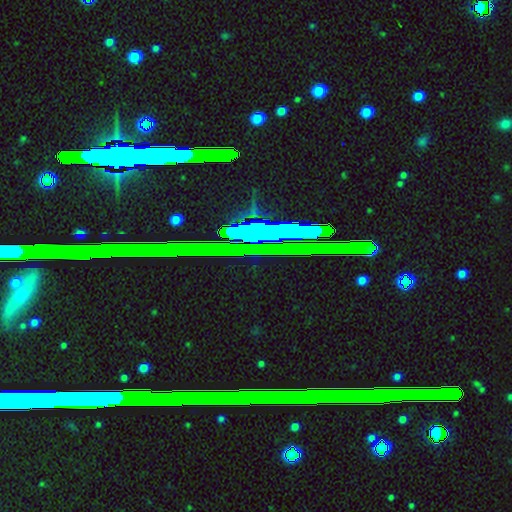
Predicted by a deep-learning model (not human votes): Smooth or featured: star or artifact — 74% (featured or disk — 14%)